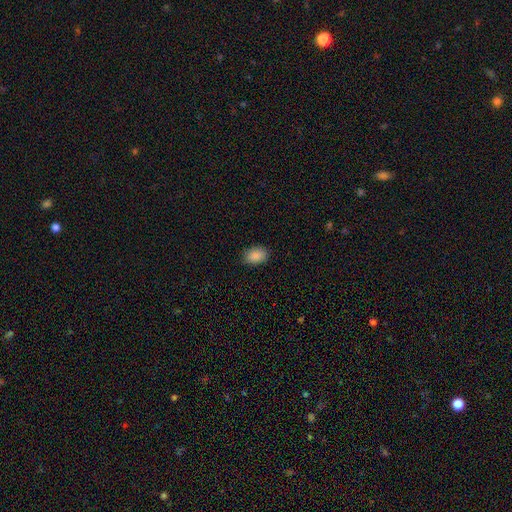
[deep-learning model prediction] Smooth or featured? Predicted: smooth (p=0.89). How rounded? Predicted: in between (p=0.87). Merging? Predicted: none (p=0.87).